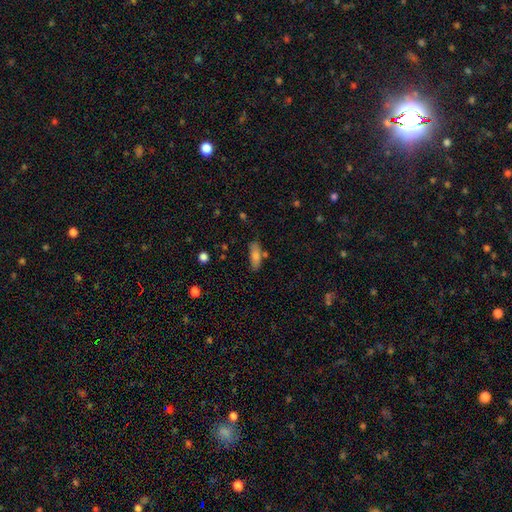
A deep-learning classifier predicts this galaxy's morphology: Smooth or featured? smooth (79%)
How rounded? in between (66%)
Merging? none (73%)